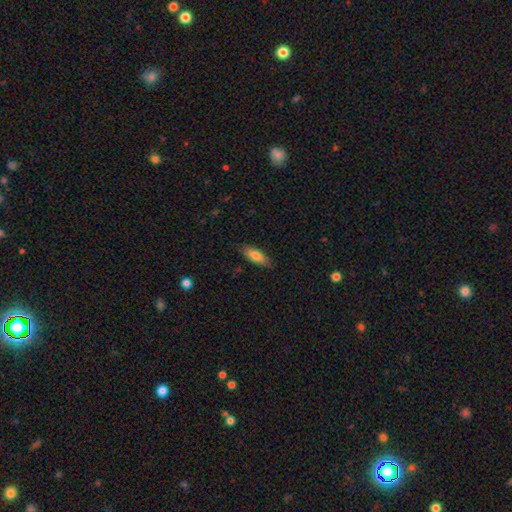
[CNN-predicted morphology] A smooth galaxy with no disk features (77%) that is in between round and cigar-shaped (65%). Merging: none (84%).